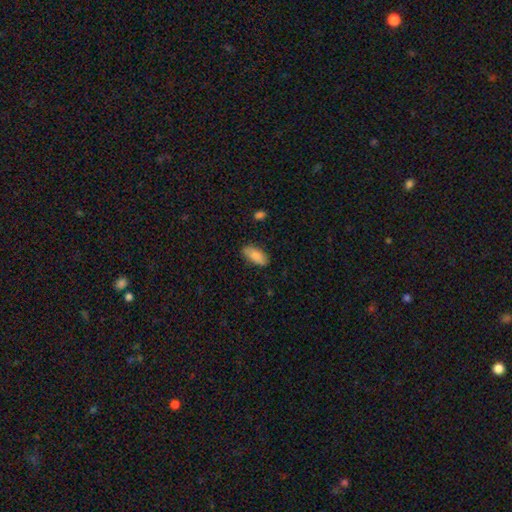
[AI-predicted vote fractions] smooth 85%, featured or disk 9%, star or artifact 6%. Down the decision tree: how rounded — in between (87%); merging — none (83%).